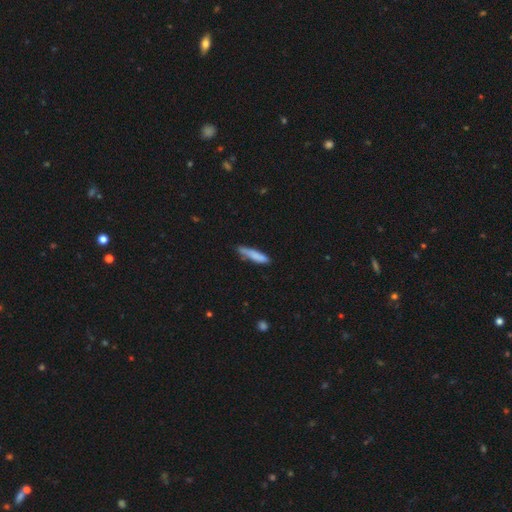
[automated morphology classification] A smooth galaxy with no disk features (79%) that is cigar-shaped (86%).

Vote fractions:
- Smooth or featured? smooth: 79% / featured or disk: 15% / star or artifact: 6%
- How rounded? cigar-shaped: 86% / in between: 12% / round: 1%
- Merging? none: 65% / minor disturbance: 26% / major disturbance: 5% / merger: 4%